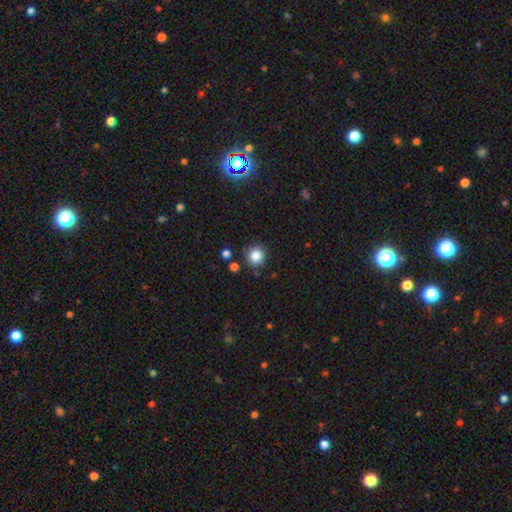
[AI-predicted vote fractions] Smooth or featured?
  - smooth: 85% *
  - star or artifact: 11%
  - featured or disk: 4%
How rounded?
  - round: 91% *
  - in between: 8%
  - cigar-shaped: 1%
Merging?
  - none: 84% *
  - minor disturbance: 9%
  - merger: 4%
  - major disturbance: 3%